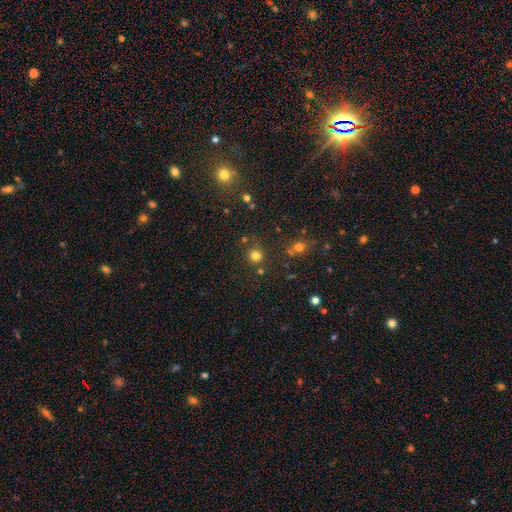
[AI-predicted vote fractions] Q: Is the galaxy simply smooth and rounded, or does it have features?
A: smooth — 76%.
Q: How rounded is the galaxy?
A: round — 93%.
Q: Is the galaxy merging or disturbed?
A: none — 81%.